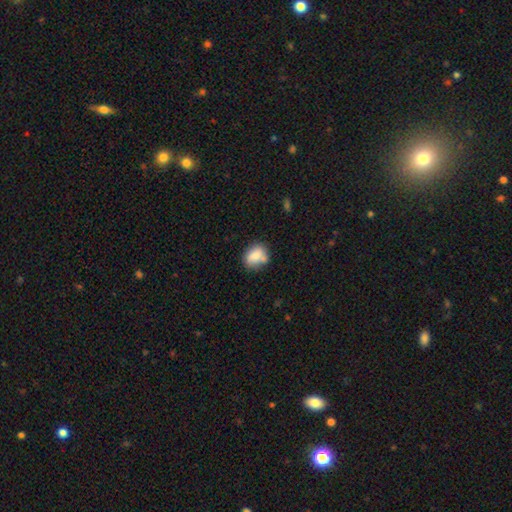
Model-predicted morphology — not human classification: The model was most divided on "how rounded": in between: 57%, round: 42%, cigar-shaped: 1%. More confident: smooth or featured — smooth (80%); merging — none (57%).